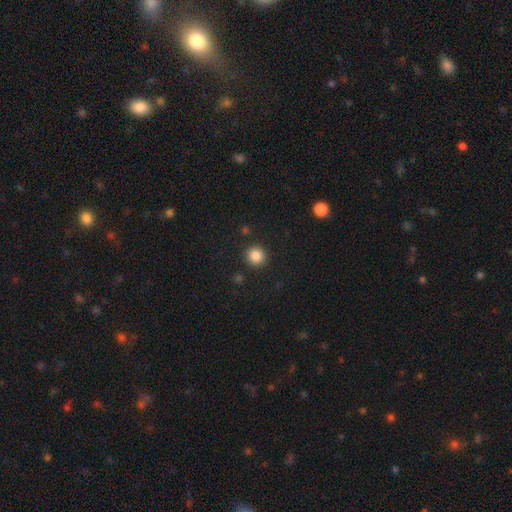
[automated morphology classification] This appears to be a smooth galaxy with no disk features (86%) that is round (92%). Merging: none (91%).